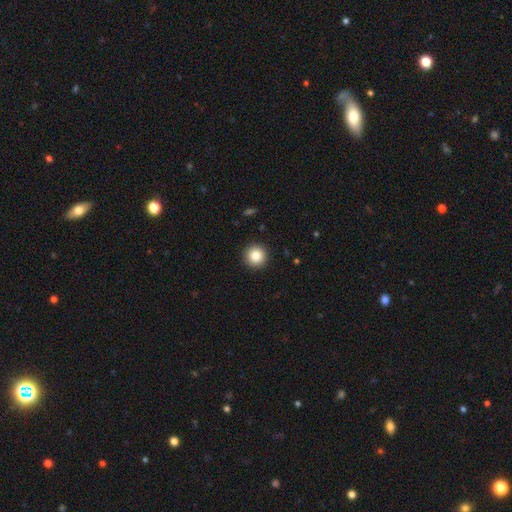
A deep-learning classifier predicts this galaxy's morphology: Overall: smooth (84%). How rounded: round (96%). Merging: none (93%).